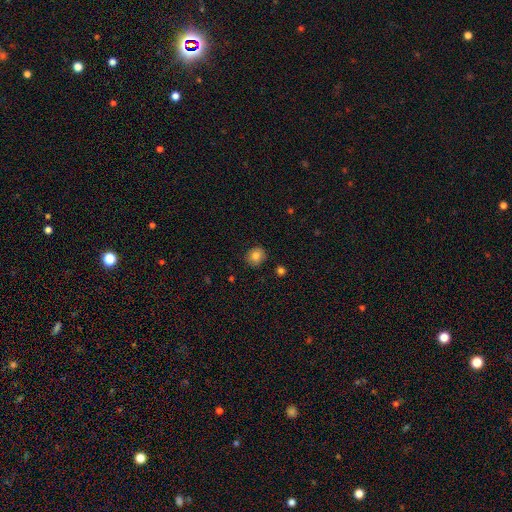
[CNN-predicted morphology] This is clearly a smooth galaxy (82%). How rounded: clearly round (81%). Merging: clearly none (86%).